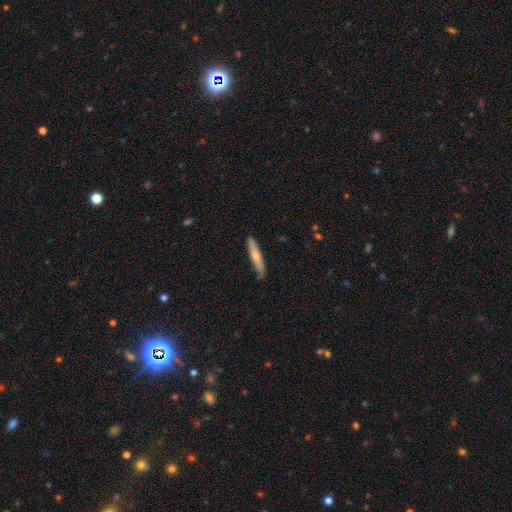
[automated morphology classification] Smooth or featured?
  - smooth: 63% *
  - featured or disk: 32%
  - star or artifact: 5%
How rounded?
  - cigar-shaped: 91% *
  - in between: 8%
  - round: 1%
Merging?
  - none: 77% *
  - minor disturbance: 19%
  - major disturbance: 3%
  - merger: 2%